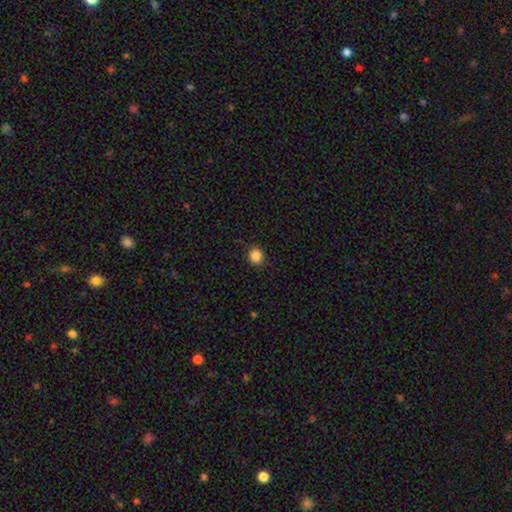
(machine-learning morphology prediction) type=smooth (86%); roundness=round (83%); merging=none (89%).